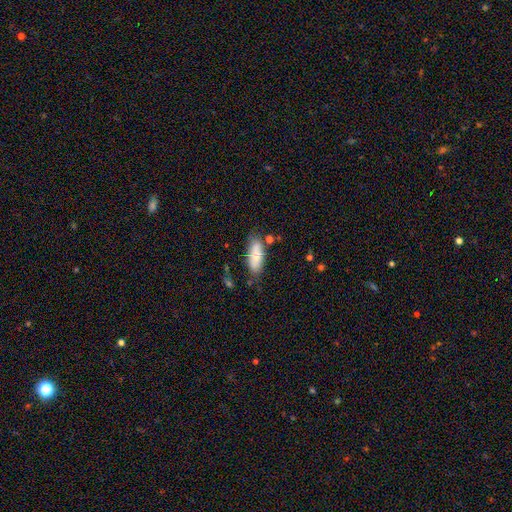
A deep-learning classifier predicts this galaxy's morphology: smooth-or-featured: smooth: 70% | featured or disk: 23% | star or artifact: 7%
  how-rounded: in between: 79% | cigar-shaped: 18% | round: 2%
  merging: none: 72% | minor disturbance: 19% | merger: 5% | major disturbance: 4%